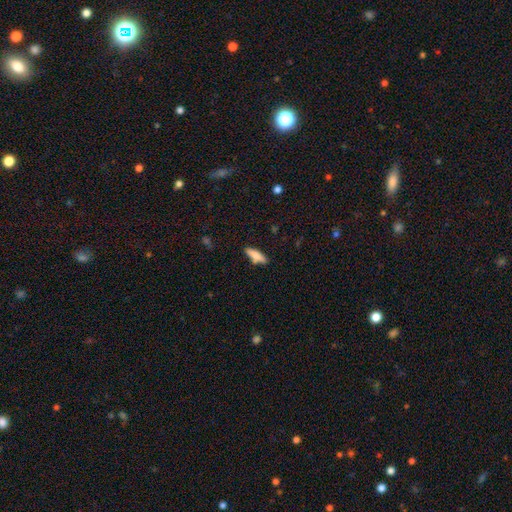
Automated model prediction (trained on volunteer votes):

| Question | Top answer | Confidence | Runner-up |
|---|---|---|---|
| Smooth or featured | smooth | 74% | featured or disk (20%) |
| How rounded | cigar-shaped | 56% | in between (41%) |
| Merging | none | 78% | minor disturbance (14%) |